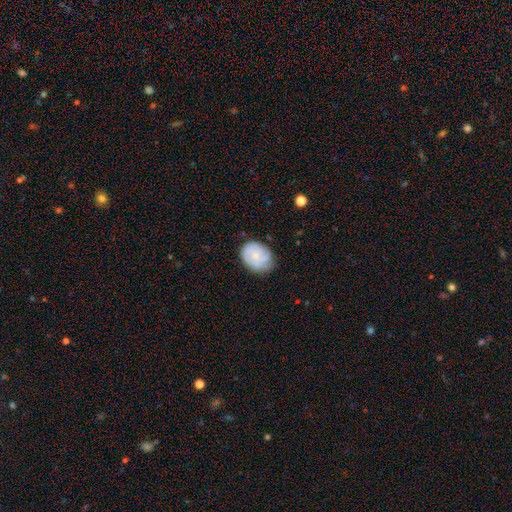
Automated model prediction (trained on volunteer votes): This is possibly a smooth galaxy (46%, tied with featured or disk). Merging: likely none (66%).